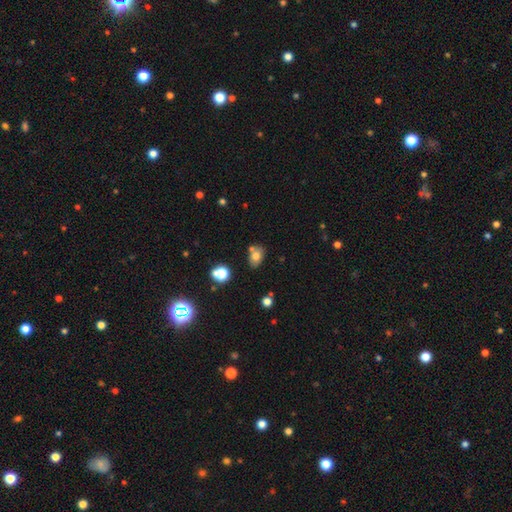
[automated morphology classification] Smooth or featured?
  - smooth: 73% *
  - featured or disk: 14%
  - star or artifact: 13%
How rounded?
  - in between: 73% *
  - round: 26%
  - cigar-shaped: 1%
Merging?
  - none: 67% *
  - merger: 15%
  - minor disturbance: 14%
  - major disturbance: 4%